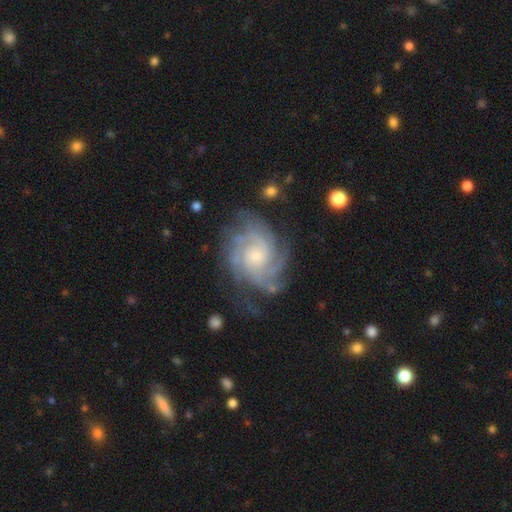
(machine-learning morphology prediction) Smooth or featured: featured or disk — 89% (star or artifact — 5%)
Edge-on disk: no — 98% (yes — 2%)
Bar: no — 73% (weak — 23%)
Spiral arms: yes — 98% (no — 2%)
Spiral winding: tight — 65% (medium — 30%)
Spiral arm count: 4 — 28% (3 — 24%)
Bulge size: small — 61% (moderate — 31%)
Merging: none — 69% (minor disturbance — 20%)